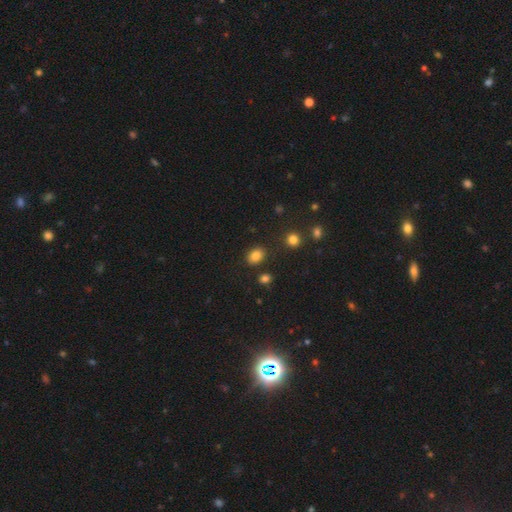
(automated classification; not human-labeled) smooth-or-featured: smooth: 84% | star or artifact: 11% | featured or disk: 5%
  how-rounded: in between: 66% | round: 33% | cigar-shaped: 1%
  merging: none: 83% | minor disturbance: 10% | merger: 4% | major disturbance: 3%